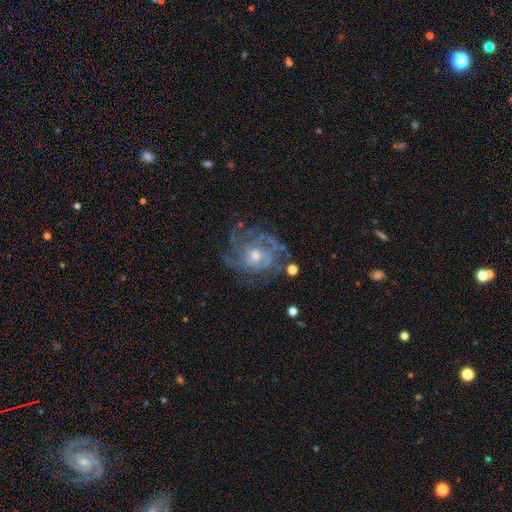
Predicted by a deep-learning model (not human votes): Smooth or featured?
  - featured or disk: 83% *
  - smooth: 9%
  - star or artifact: 8%
Edge-on disk?
  - no: 97% *
  - yes: 3%
Bar?
  - no: 74% *
  - weak: 22%
  - strong: 4%
Spiral arms?
  - yes: 91% *
  - no: 9%
Spiral winding?
  - tight: 55% *
  - medium: 34%
  - loose: 10%
Spiral arm count?
  - can't tell: 36% *
  - 3: 22%
  - 4: 16%
  - 2: 13%
  - more than 4: 7%
  - 1: 6%
Bulge size?
  - moderate: 60% *
  - small: 33%
  - large: 4%
  - none: 2%
  - dominant: 1%
Merging?
  - none: 68% *
  - minor disturbance: 18%
  - major disturbance: 12%
  - merger: 2%